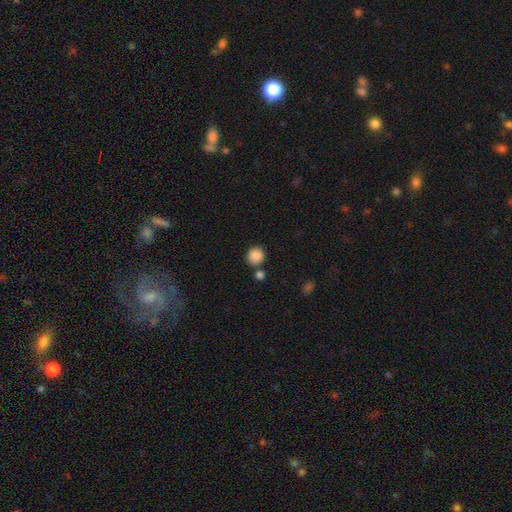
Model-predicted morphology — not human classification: This is clearly a smooth galaxy (87%). How rounded: clearly round (90%). Merging: likely none (76%).